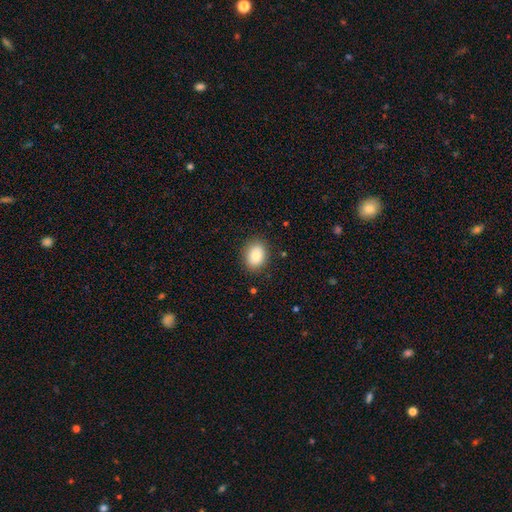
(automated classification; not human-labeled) smooth 84%, star or artifact 8%, featured or disk 7%. Down the decision tree: how rounded — in between (61%); merging — none (87%).